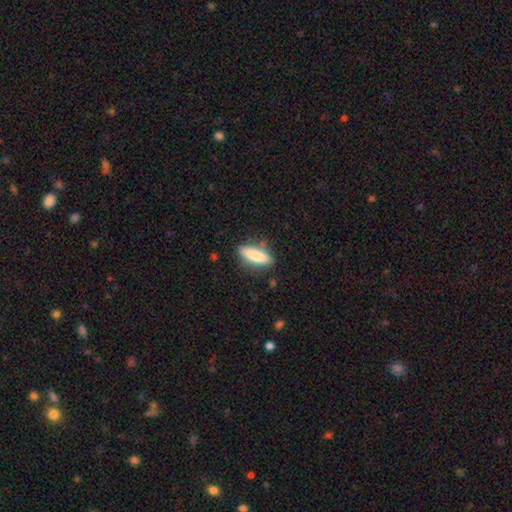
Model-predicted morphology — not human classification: This appears to be a smooth galaxy with no disk features (75%) that is cigar-shaped (58%). Merging: none (82%).